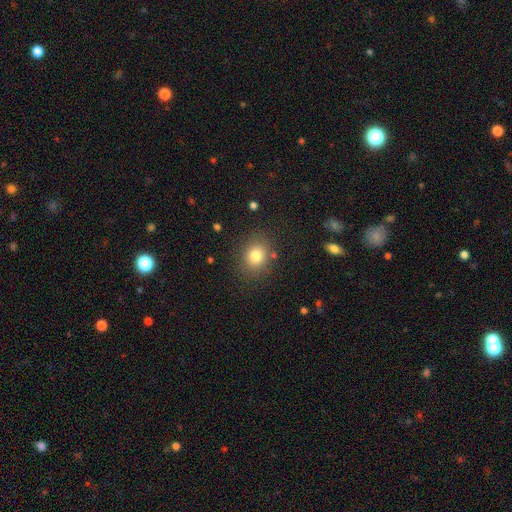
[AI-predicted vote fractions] This is likely a smooth galaxy (79%). How rounded: likely round (63%). Merging: clearly none (83%).